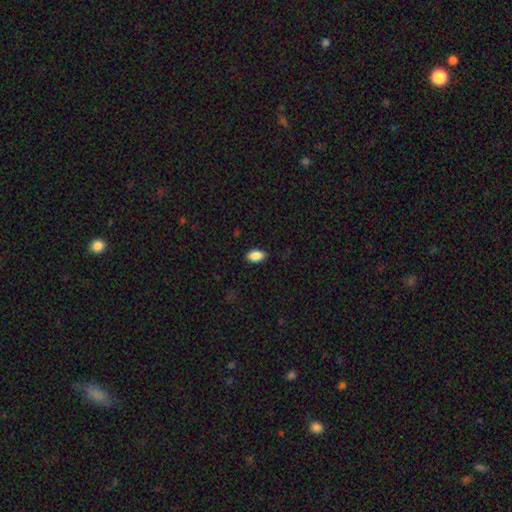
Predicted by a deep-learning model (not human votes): Smooth or featured? smooth (88%)
How rounded? in between (93%)
Merging? none (86%)